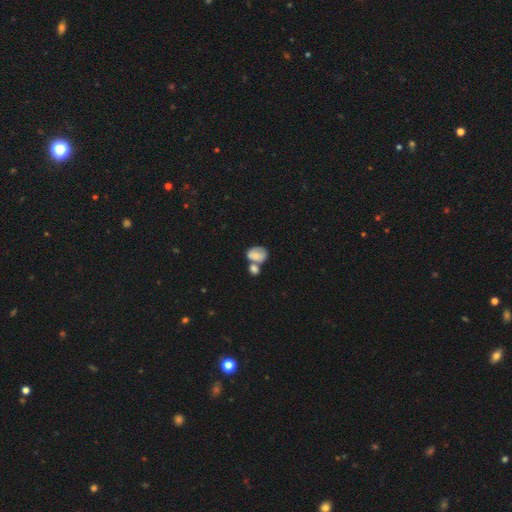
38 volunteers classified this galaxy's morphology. Smooth or featured?
  - smooth: 79% *
  - featured or disk: 13%
  - star or artifact: 8%
How rounded?
  - round: 50% * (tied)
  - in between: 50% * (tied)
  - cigar-shaped: 0%
Merging?
  - merger: 69% *
  - none: 23%
  - minor disturbance: 6%
  - major disturbance: 3%